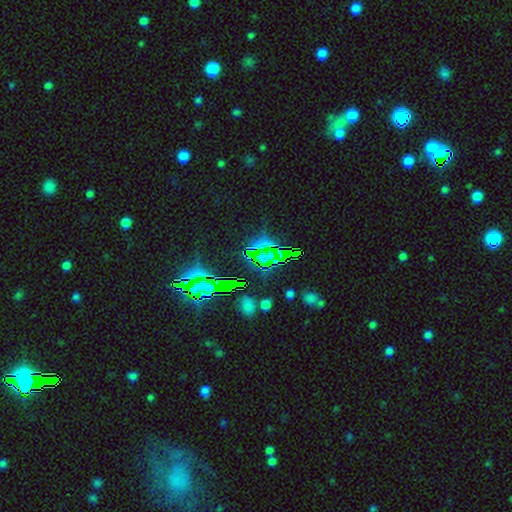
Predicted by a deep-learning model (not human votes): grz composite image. It shows a star or artifact, not a galaxy (82%).